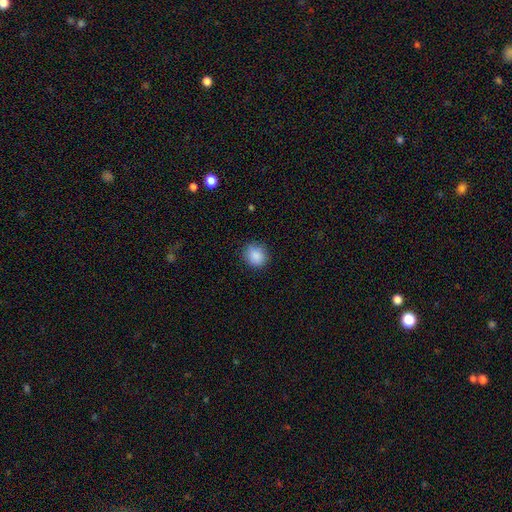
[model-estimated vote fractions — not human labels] Q: Smooth or featured?
A: smooth (88%); runner-up: star or artifact (8%)
Q: How rounded?
A: round (78%); runner-up: in between (21%)
Q: Merging?
A: none (85%); runner-up: minor disturbance (11%)